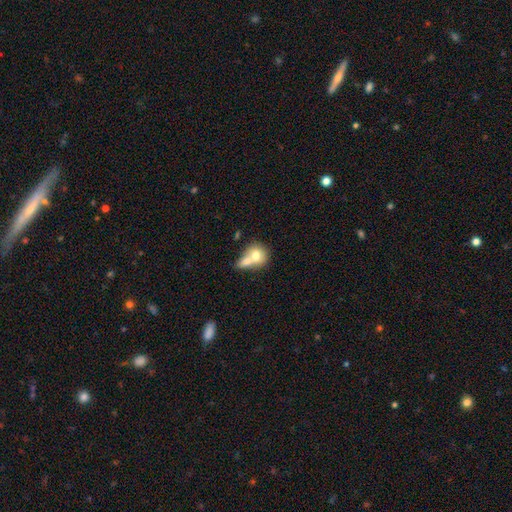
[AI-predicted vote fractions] smooth-or-featured: smooth: 71% | featured or disk: 21% | star or artifact: 8%
  how-rounded: round: 69% | in between: 30% | cigar-shaped: 1%
  merging: merger: 68% | none: 22% | minor disturbance: 7% | major disturbance: 4%